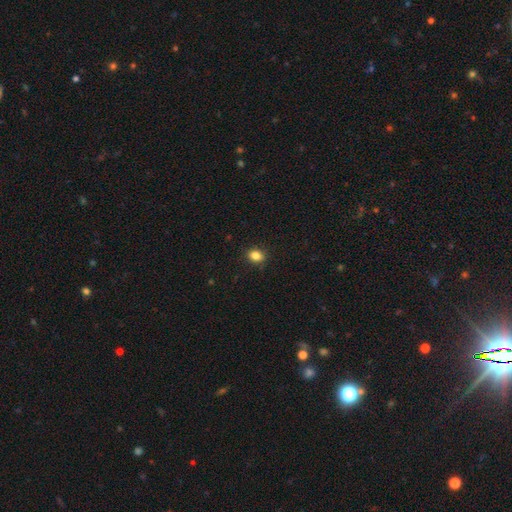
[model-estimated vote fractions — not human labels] smooth 84%, star or artifact 10%, featured or disk 5%. Down the decision tree: how rounded — in between (56%); merging — none (89%).